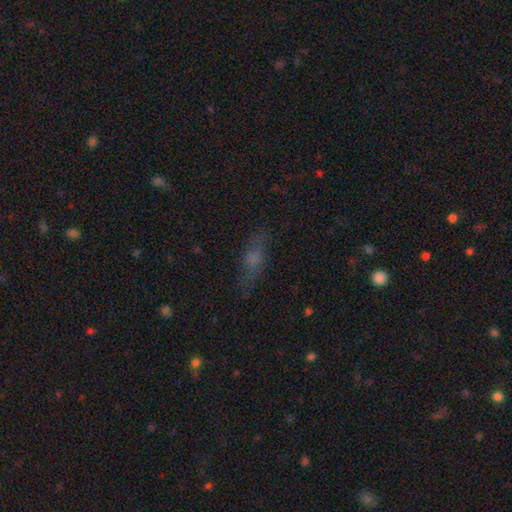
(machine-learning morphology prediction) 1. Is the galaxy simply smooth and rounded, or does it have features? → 40% smooth, 36% featured or disk, 24% star or artifact.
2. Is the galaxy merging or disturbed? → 77% none, 15% minor disturbance, 6% major disturbance, 2% merger.